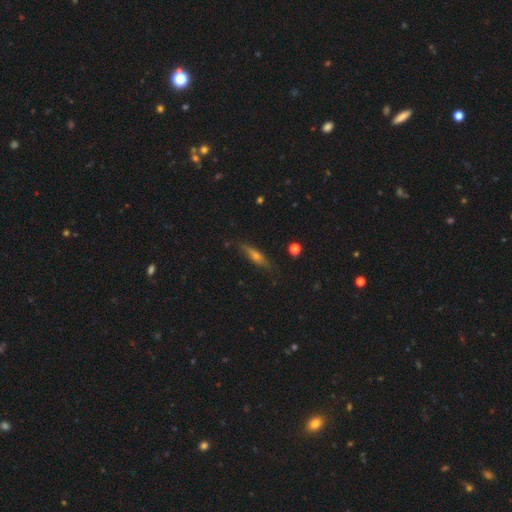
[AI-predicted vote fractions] Smooth or featured?
  - featured or disk: 53% *
  - smooth: 37%
  - star or artifact: 11%
Edge-on disk?
  - yes: 90% *
  - no: 10%
Merging?
  - none: 81% *
  - minor disturbance: 14%
  - major disturbance: 3%
  - merger: 2%